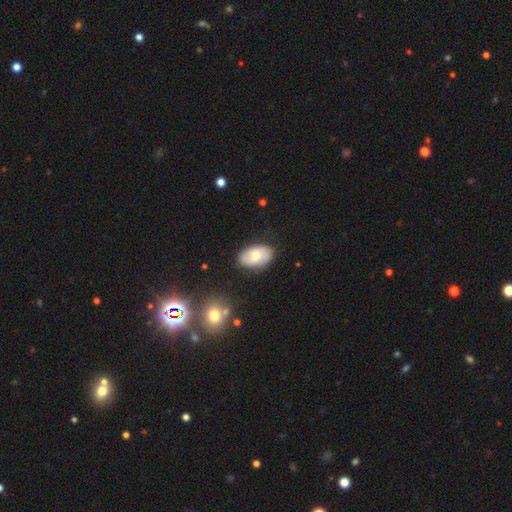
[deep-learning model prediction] The model was most divided on "smooth or featured": smooth: 65%, featured or disk: 28%, star or artifact: 7%. More confident: how rounded — in between (92%); merging — none (80%).